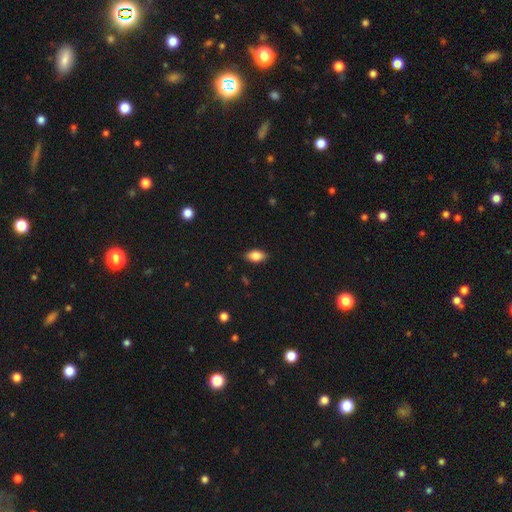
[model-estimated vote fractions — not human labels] smooth_or_featured: smooth (p=0.85) [alt: star or artifact p=0.08]
how_rounded: in between (p=0.91) [alt: round p=0.06]
merging: none (p=0.87) [alt: minor disturbance p=0.10]